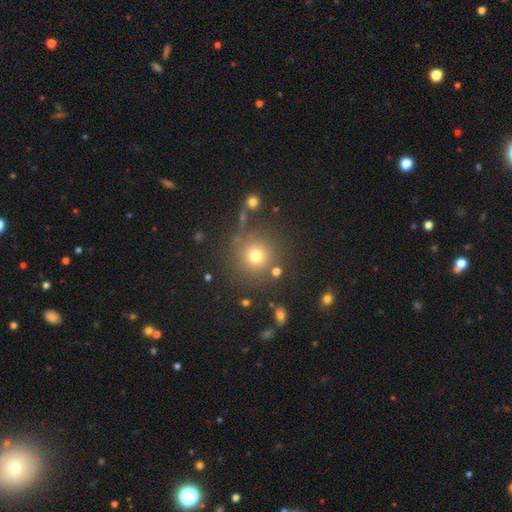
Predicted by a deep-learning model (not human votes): Smooth or featured? smooth (73%)
How rounded? round (94%)
Merging? none (80%)